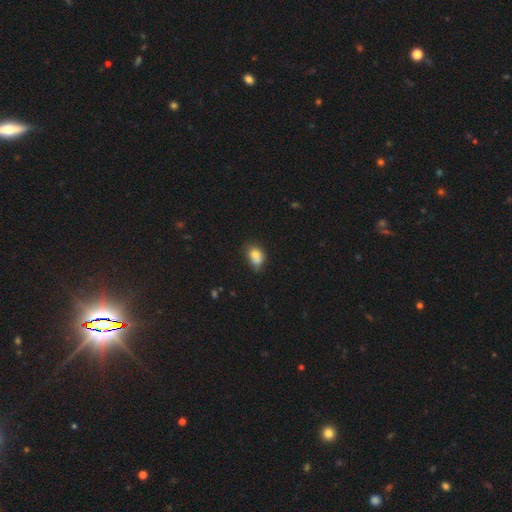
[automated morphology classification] type=smooth (77%); roundness=in between (69%); merging=none (42%).